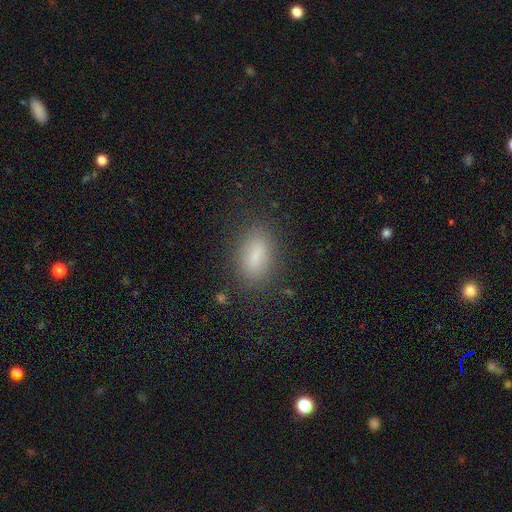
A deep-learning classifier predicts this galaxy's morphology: smooth 81%, featured or disk 10%, star or artifact 9%. Down the decision tree: how rounded — in between (81%); merging — none (82%).